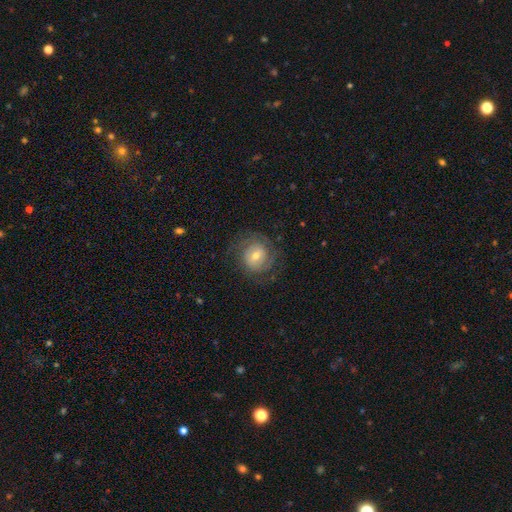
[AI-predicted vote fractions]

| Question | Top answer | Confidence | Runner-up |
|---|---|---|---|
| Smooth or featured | featured or disk | 58% | smooth (34%) |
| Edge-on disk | no | 97% | yes (3%) |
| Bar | no | 59% | weak (34%) |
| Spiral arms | yes | 81% | no (19%) |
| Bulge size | moderate | 55% | small (37%) |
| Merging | none | 72% | minor disturbance (15%) |